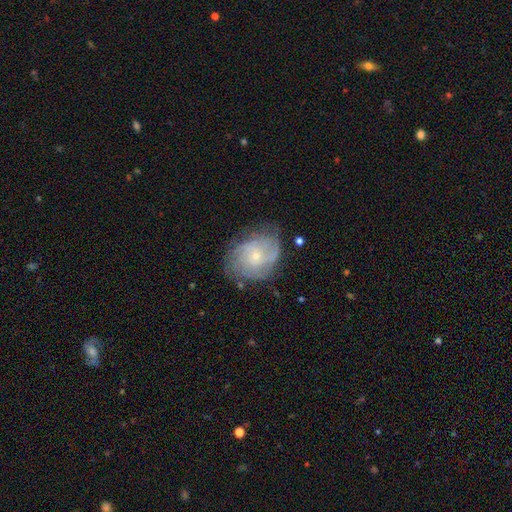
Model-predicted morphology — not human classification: Q: Smooth or featured?
A: featured or disk (75%); runner-up: smooth (17%)
Q: Edge-on disk?
A: no (97%); runner-up: yes (3%)
Q: Bar?
A: no (78%); runner-up: weak (20%)
Q: Spiral arms?
A: yes (91%); runner-up: no (9%)
Q: Spiral winding?
A: tight (60%); runner-up: medium (31%)
Q: Spiral arm count?
A: can't tell (41%); runner-up: 3 (18%)
Q: Bulge size?
A: small (78%); runner-up: moderate (18%)
Q: Merging?
A: none (67%); runner-up: minor disturbance (22%)